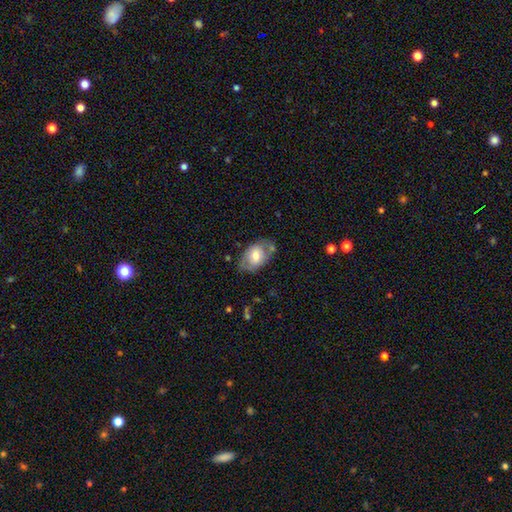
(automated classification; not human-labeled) A smooth galaxy with no disk features (58%) that is in between round and cigar-shaped (85%). Merging: none (60%).